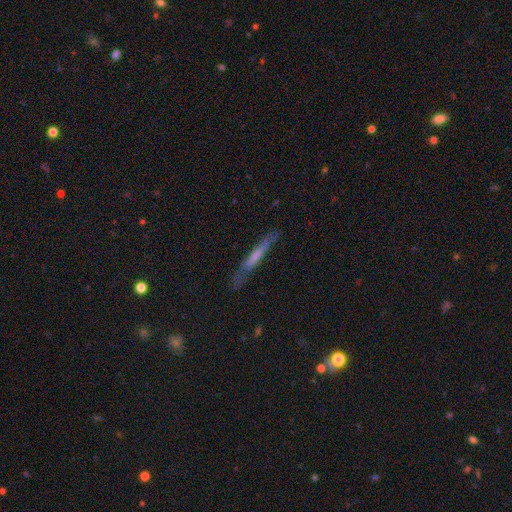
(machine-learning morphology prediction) Overall: featured or disk (47%; smooth 46%). Merging: none (76%).